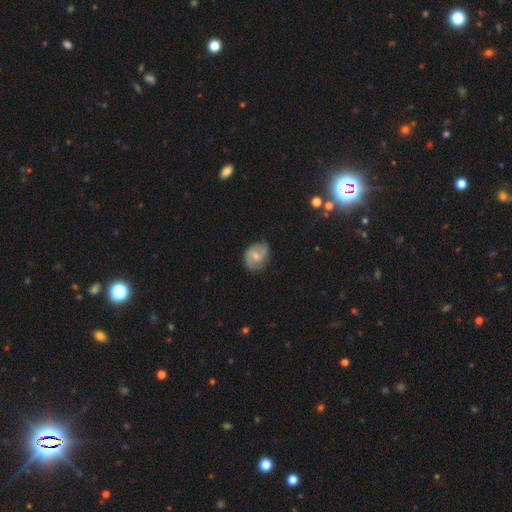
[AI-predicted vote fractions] Smooth or featured: featured or disk — 67% (smooth — 26%)
Edge-on disk: no — 97% (yes — 3%)
Bar: weak — 48% (no — 42%)
Spiral arms: yes — 90% (no — 10%)
Spiral winding: medium — 47% (loose — 27%)
Spiral arm count: 2 — 84% (can't tell — 9%)
Bulge size: moderate — 52% (small — 41%)
Merging: none — 73% (minor disturbance — 20%)